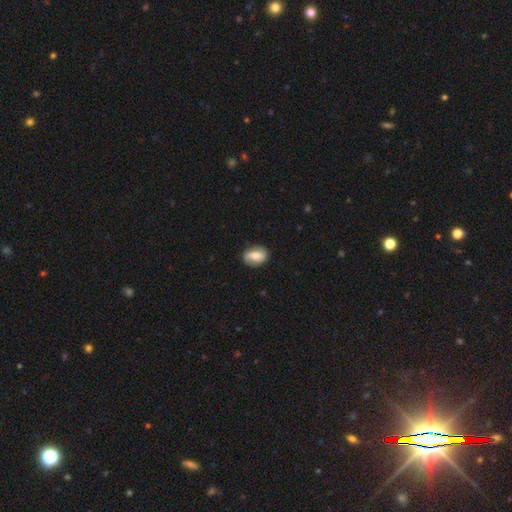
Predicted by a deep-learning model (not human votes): Smooth or featured? smooth (54%)
How rounded? in between (70%)
Merging? none (80%)